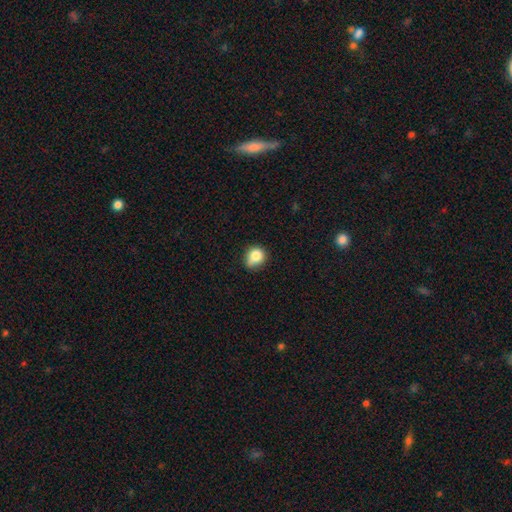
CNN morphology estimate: This is clearly a smooth galaxy (82%). How rounded: likely round (76%). Merging: possibly none (55%).